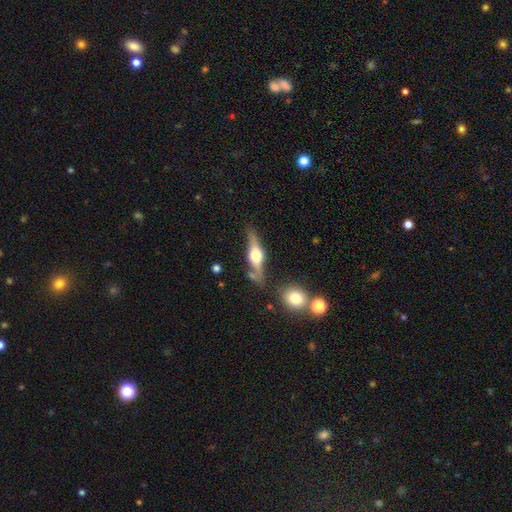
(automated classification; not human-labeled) This is likely a featured or disk galaxy (71%). It is clearly viewed edge-on (95%). Edge-on bulge: clearly rounded (93%). Merging: likely none (73%).